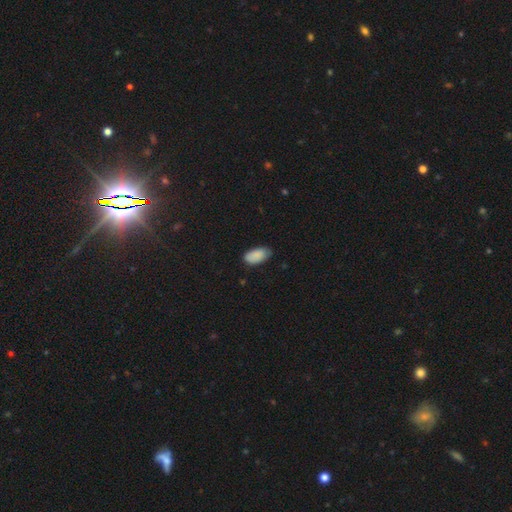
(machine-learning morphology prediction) smooth 88%, star or artifact 7%, featured or disk 6%. Down the decision tree: how rounded — in between (94%); merging — none (72%).